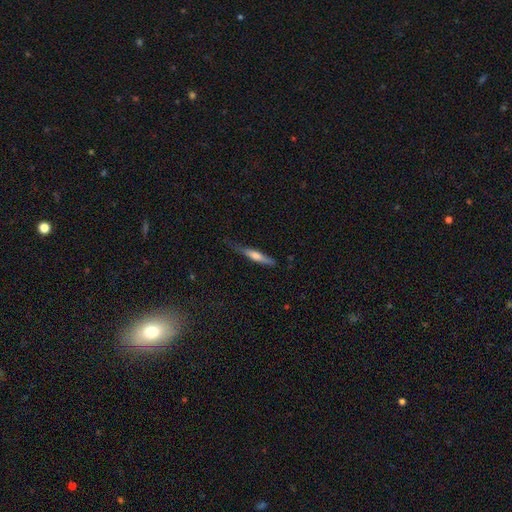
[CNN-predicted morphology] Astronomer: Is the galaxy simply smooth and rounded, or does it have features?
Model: smooth — 50% (runner-up: featured or disk, 44%).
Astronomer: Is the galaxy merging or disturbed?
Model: none — 68%.